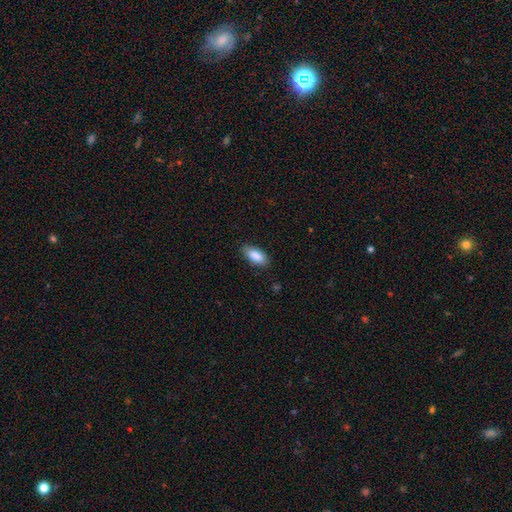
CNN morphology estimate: smooth_or_featured: smooth (p=0.88) [alt: star or artifact p=0.06]
how_rounded: in between (p=0.88) [alt: cigar-shaped p=0.10]
merging: none (p=0.84) [alt: minor disturbance p=0.12]